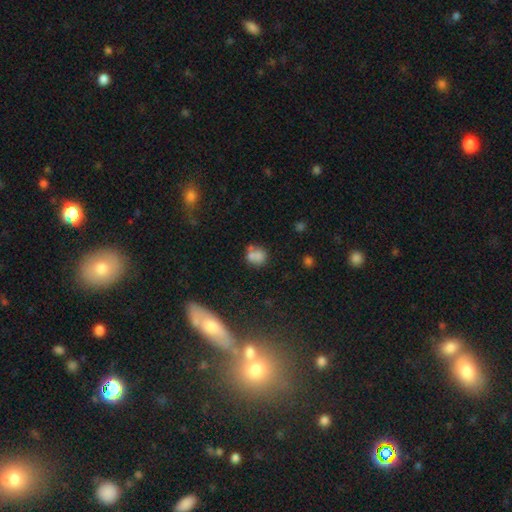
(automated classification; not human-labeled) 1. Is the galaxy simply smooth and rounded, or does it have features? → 72% smooth, 15% featured or disk, 13% star or artifact.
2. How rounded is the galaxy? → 74% round, 25% in between, 2% cigar-shaped.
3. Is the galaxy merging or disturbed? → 45% none, 35% merger, 14% minor disturbance, 6% major disturbance.